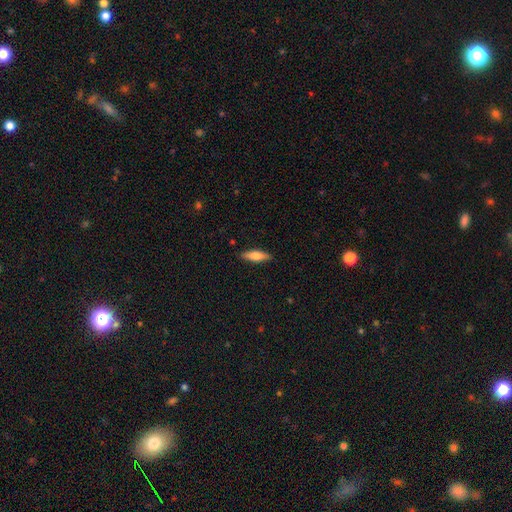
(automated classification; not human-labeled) A smooth galaxy with no disk features (63%) that is cigar-shaped (59%). Merging: none (87%).